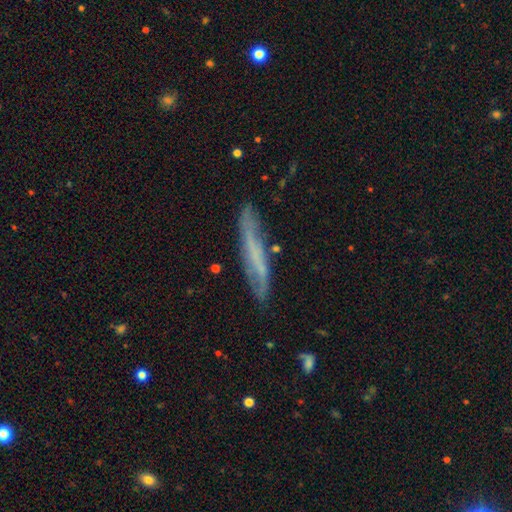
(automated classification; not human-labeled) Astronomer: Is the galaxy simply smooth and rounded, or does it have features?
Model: featured or disk — 56% (runner-up: smooth, 36%).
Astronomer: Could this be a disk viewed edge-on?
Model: yes — 66%.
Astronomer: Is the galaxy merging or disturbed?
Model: none — 75%.